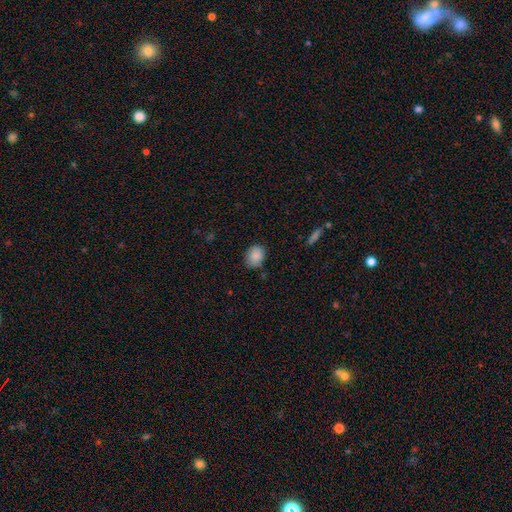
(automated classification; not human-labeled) Smooth or featured?
  - smooth: 87% *
  - star or artifact: 8%
  - featured or disk: 5%
How rounded?
  - in between: 51% *
  - round: 48%
  - cigar-shaped: 1%
Merging?
  - none: 78% *
  - minor disturbance: 17%
  - major disturbance: 3%
  - merger: 2%